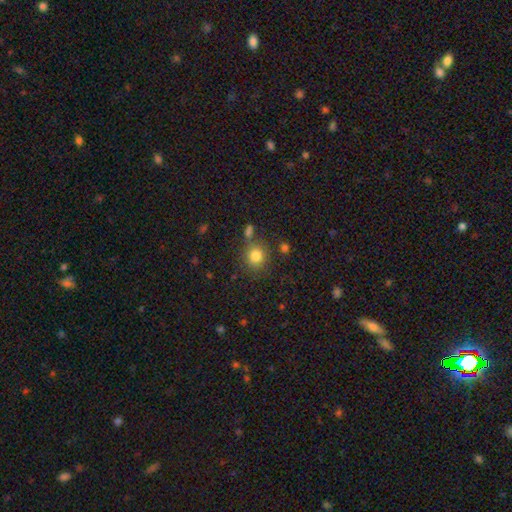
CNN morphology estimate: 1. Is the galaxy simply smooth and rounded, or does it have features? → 81% smooth, 12% star or artifact, 6% featured or disk.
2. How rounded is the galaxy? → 86% round, 13% in between, 1% cigar-shaped.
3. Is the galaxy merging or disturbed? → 77% none, 10% minor disturbance, 9% merger, 4% major disturbance.